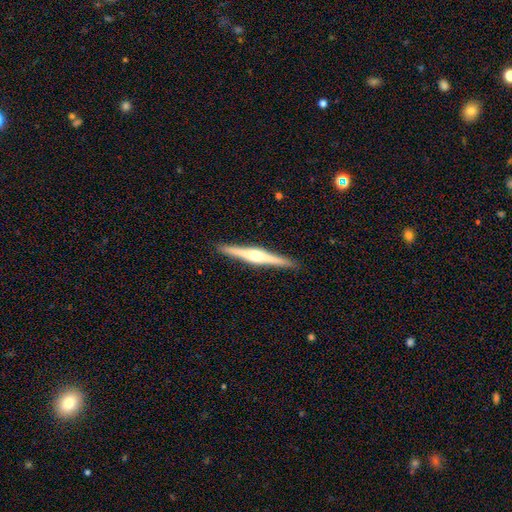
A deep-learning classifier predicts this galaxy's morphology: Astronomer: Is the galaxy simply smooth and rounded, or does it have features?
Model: featured or disk — 80%.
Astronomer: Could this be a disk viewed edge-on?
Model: yes — 98%.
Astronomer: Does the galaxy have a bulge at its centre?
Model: rounded — 92%.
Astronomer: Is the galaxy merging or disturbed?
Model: none — 92%.